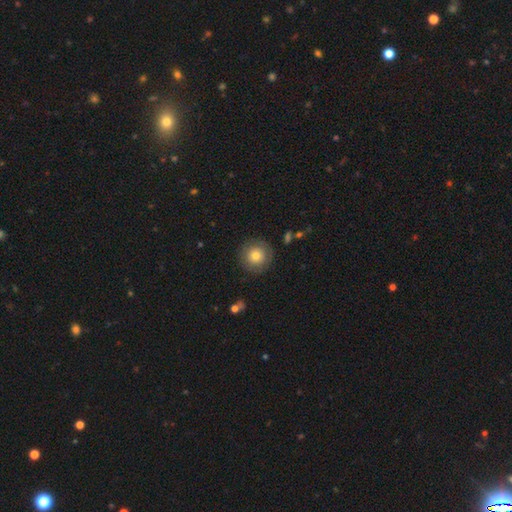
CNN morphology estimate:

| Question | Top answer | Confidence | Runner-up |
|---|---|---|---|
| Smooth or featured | smooth | 75% | featured or disk (16%) |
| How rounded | round | 95% | in between (4%) |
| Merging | none | 87% | minor disturbance (9%) |